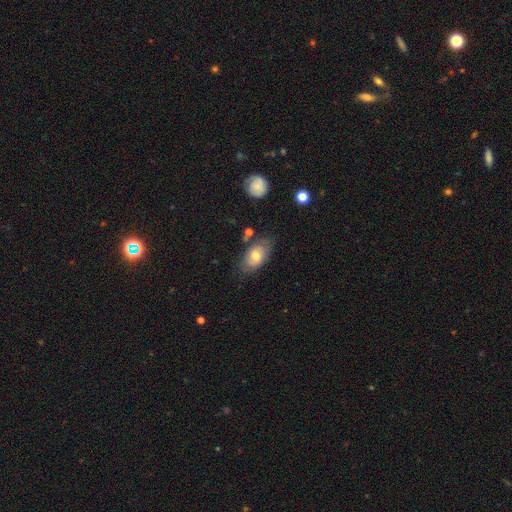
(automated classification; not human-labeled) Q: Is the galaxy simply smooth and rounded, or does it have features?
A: smooth — 56%.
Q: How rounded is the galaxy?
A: in between — 89%.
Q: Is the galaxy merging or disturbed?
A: none — 65%.